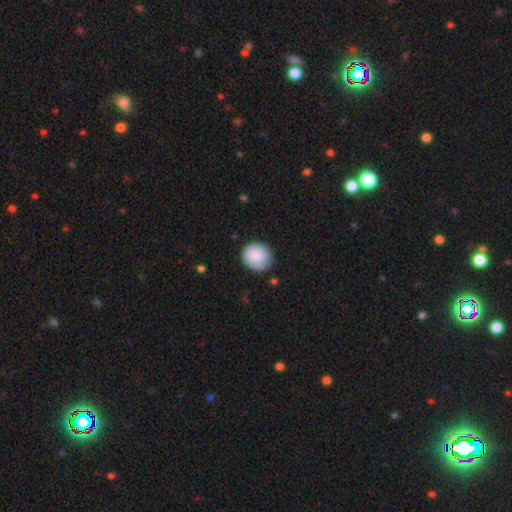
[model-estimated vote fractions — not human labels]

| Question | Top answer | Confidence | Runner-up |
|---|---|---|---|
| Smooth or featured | smooth | 82% | featured or disk (12%) |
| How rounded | round | 74% | in between (25%) |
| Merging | none | 72% | minor disturbance (20%) |